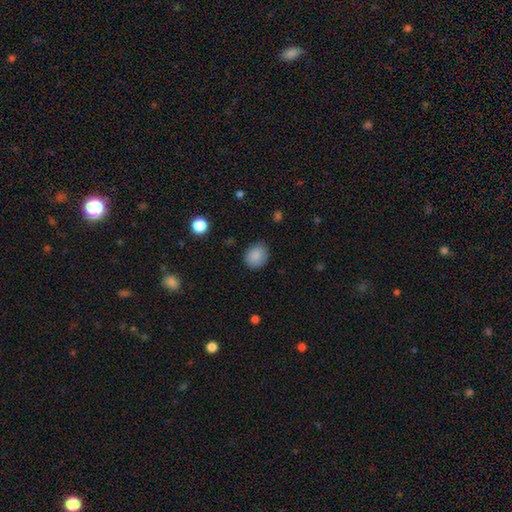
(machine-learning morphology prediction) smooth 87%, star or artifact 8%, featured or disk 4%. Down the decision tree: how rounded — round (60%); merging — none (83%).